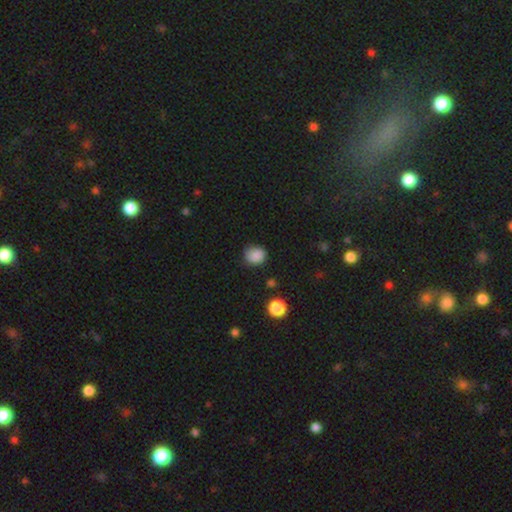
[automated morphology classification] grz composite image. It shows a smooth galaxy with no disk features (85%) that is round (73%). Merging: none (73%).